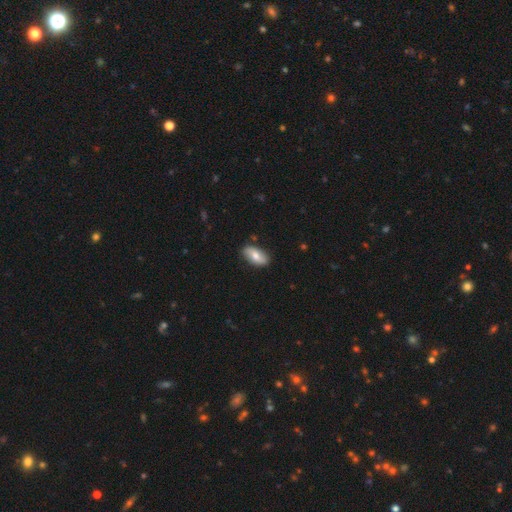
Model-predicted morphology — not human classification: Smooth or featured? smooth (63%)
How rounded? in between (92%)
Merging? none (84%)